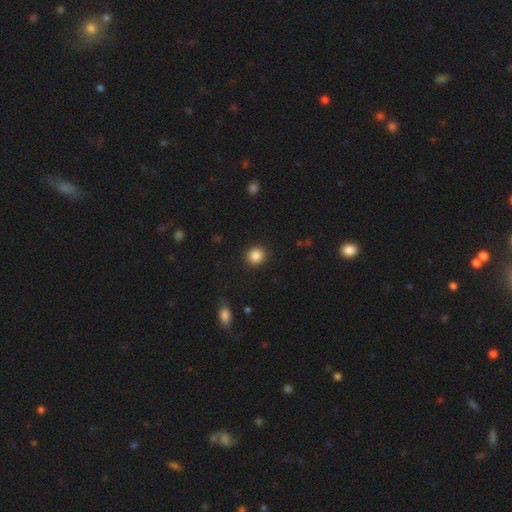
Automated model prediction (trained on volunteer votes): This appears to be a smooth galaxy with no disk features (87%) that is round (90%). Merging: none (91%).